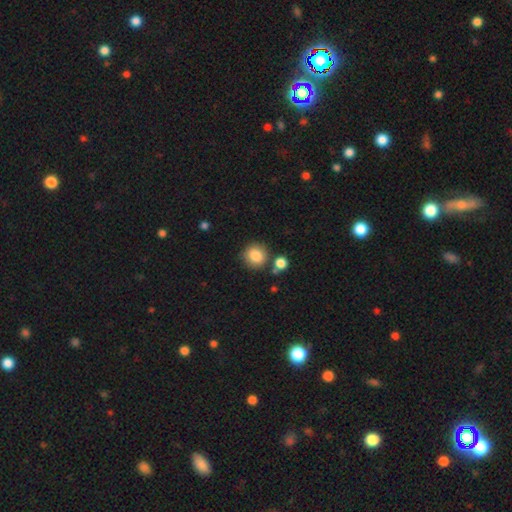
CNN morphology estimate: This appears to be a smooth galaxy with no disk features (85%) that is round (86%). Merging: none (77%).